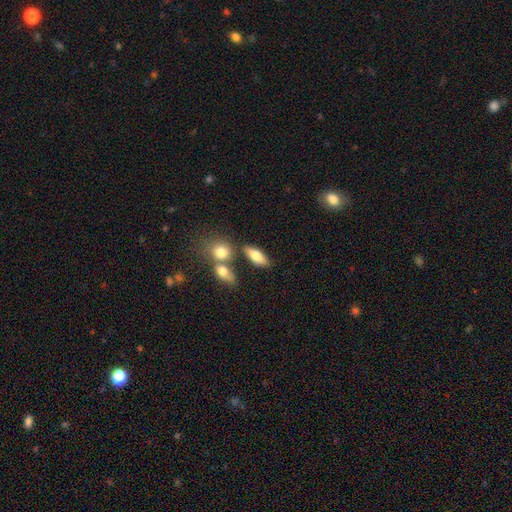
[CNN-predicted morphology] smooth-or-featured: smooth: 70% | featured or disk: 22% | star or artifact: 8%
  how-rounded: in between: 76% | cigar-shaped: 18% | round: 6%
  merging: none: 66% | merger: 18% | minor disturbance: 11% | major disturbance: 4%